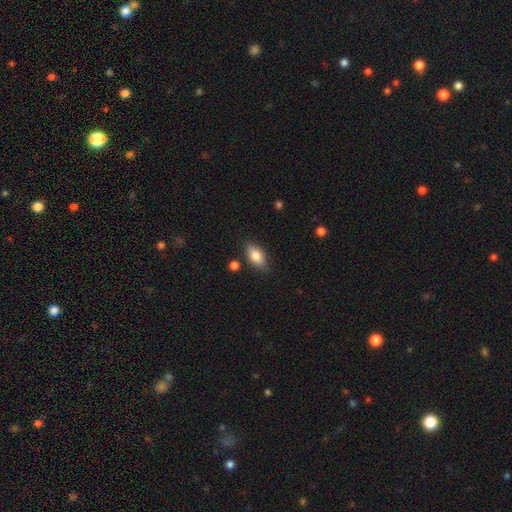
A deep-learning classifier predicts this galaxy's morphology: smooth_or_featured: smooth (p=0.80) [alt: featured or disk p=0.13]
how_rounded: in between (p=0.87) [alt: cigar-shaped p=0.09]
merging: none (p=0.83) [alt: minor disturbance p=0.11]